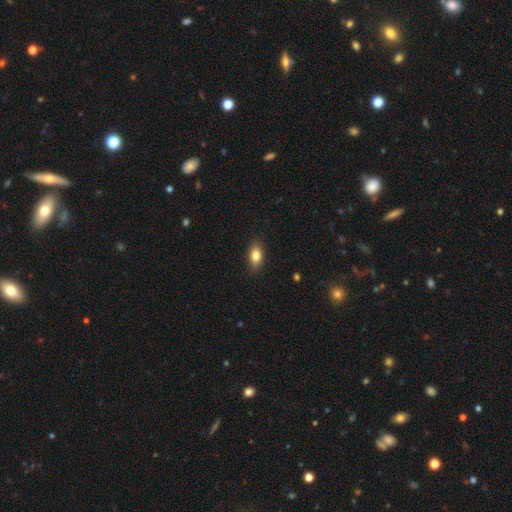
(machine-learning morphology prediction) smooth 82%, featured or disk 9%, star or artifact 8%. Down the decision tree: how rounded — in between (85%); merging — none (86%).